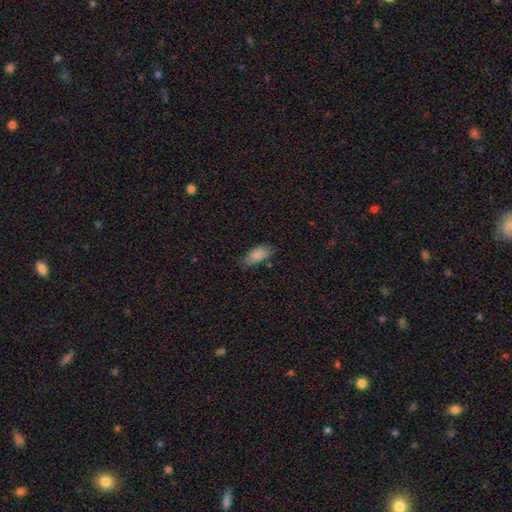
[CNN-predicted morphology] Q: Smooth or featured?
A: smooth (86%); runner-up: star or artifact (8%)
Q: How rounded?
A: in between (87%); runner-up: cigar-shaped (11%)
Q: Merging?
A: none (74%); runner-up: minor disturbance (20%)